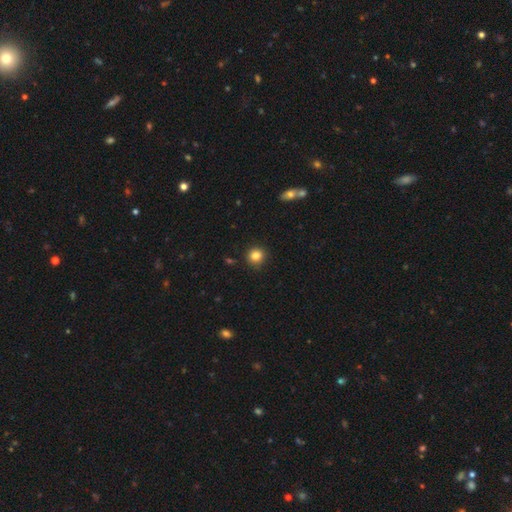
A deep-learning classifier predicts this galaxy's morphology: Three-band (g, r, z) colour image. It shows a smooth galaxy with no disk features (83%) that is round (90%). Merging: none (90%).